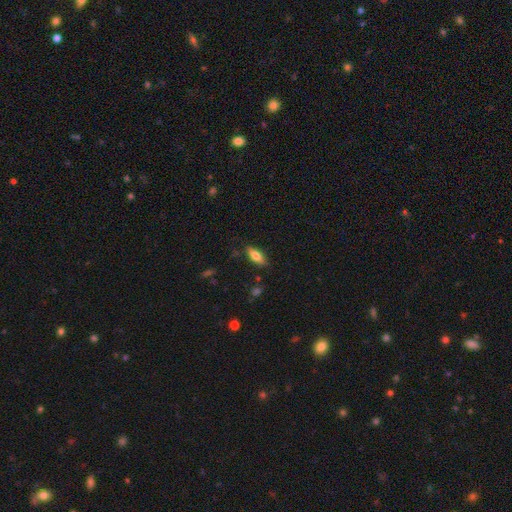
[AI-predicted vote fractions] smooth 74%, featured or disk 19%, star or artifact 7%. Down the decision tree: how rounded — in between (75%); merging — none (83%).